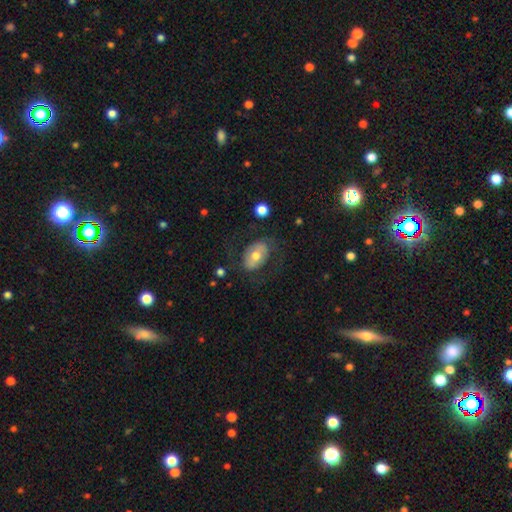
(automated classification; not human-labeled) A smooth galaxy with no disk features (51%) that is in between round and cigar-shaped (83%). Merging: none (64%).